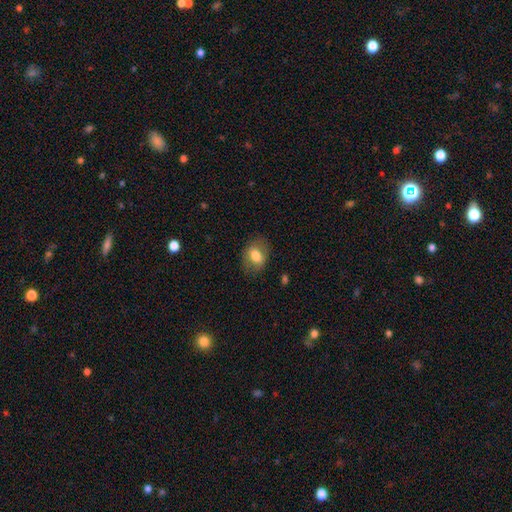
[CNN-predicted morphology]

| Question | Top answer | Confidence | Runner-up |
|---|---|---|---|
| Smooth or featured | smooth | 72% | featured or disk (20%) |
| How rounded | in between | 70% | round (29%) |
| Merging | none | 78% | minor disturbance (15%) |